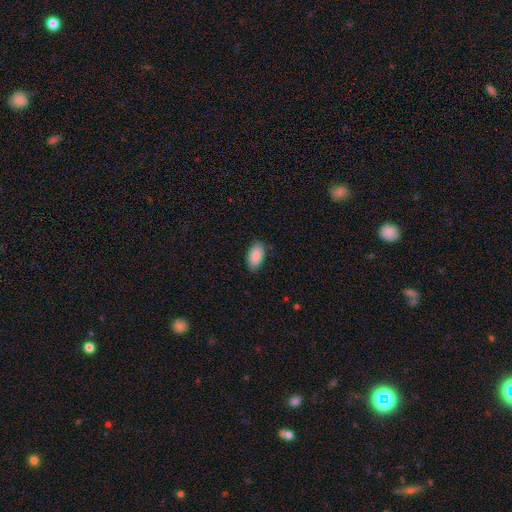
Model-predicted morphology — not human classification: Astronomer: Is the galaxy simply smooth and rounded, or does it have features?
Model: smooth — 89%.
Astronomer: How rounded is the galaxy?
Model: in between — 95%.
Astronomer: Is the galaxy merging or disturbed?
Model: none — 86%.